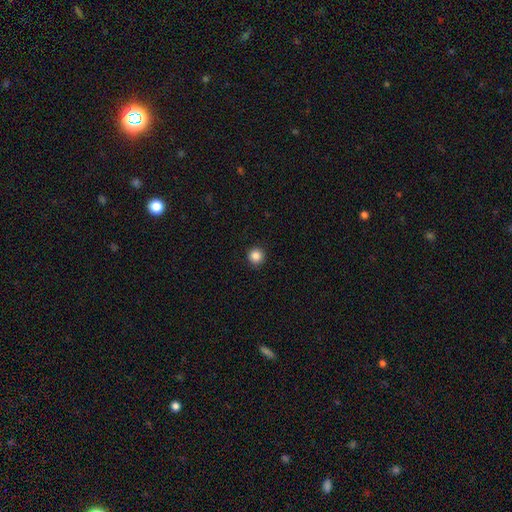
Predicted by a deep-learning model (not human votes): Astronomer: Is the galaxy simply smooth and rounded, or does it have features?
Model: smooth — 86%.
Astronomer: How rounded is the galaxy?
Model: round — 96%.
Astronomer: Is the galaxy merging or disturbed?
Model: none — 93%.